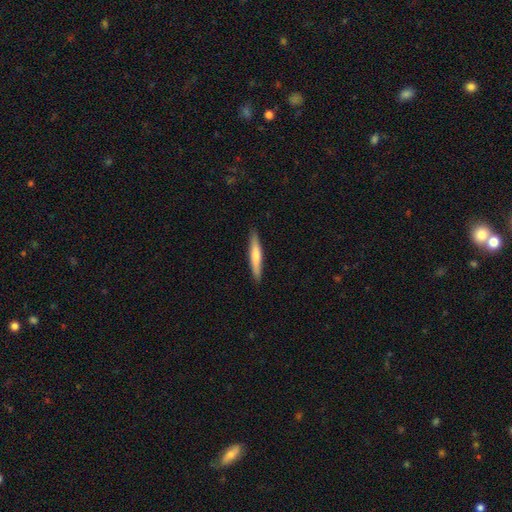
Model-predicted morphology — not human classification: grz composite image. It shows a smooth galaxy with no disk features (65%) that is cigar-shaped (93%). Merging: none (90%).